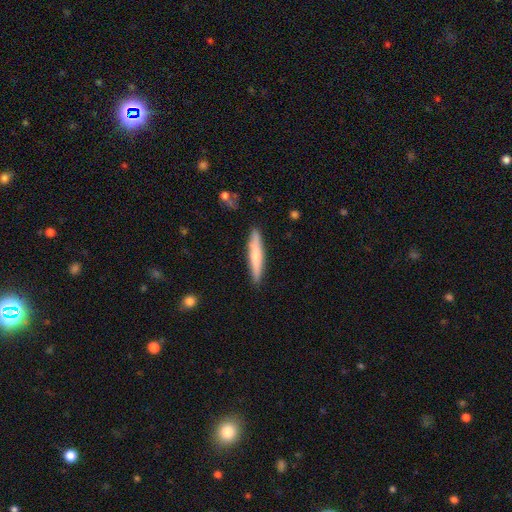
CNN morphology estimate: Overall: smooth (62%; featured or disk 32%). How rounded: cigar-shaped (91%). Merging: none (88%).